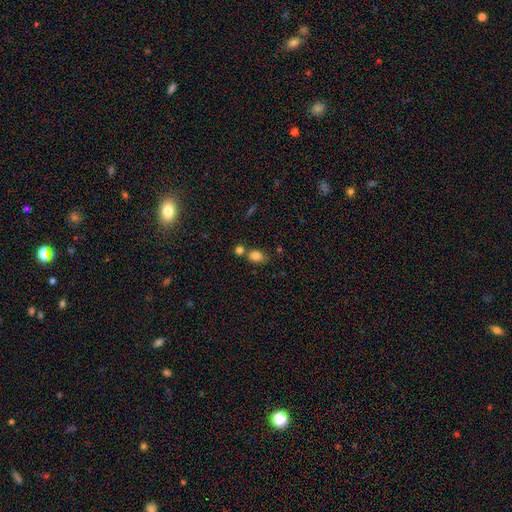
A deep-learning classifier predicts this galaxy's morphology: Overall: smooth (83%). How rounded: in between (74%). Merging: none (55%; merger 26%).